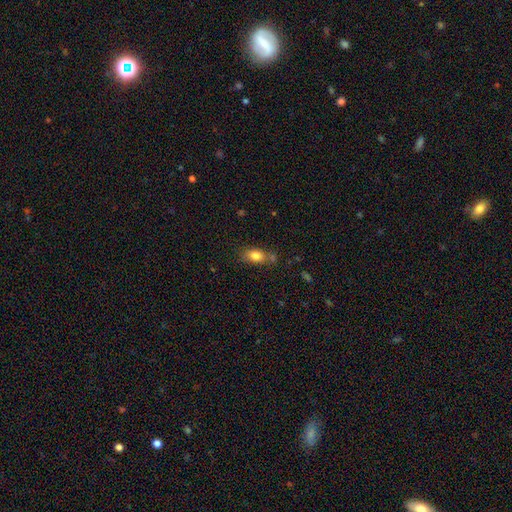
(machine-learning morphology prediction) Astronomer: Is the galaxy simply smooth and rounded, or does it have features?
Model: smooth — 82%.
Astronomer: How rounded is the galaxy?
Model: in between — 83%.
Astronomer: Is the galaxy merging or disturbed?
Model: none — 62%.